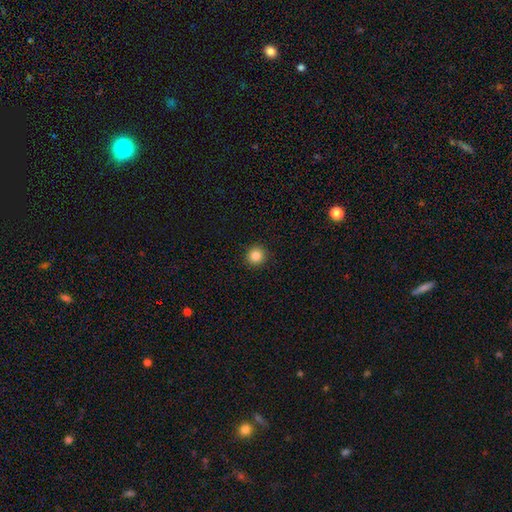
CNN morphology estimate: smooth_or_featured: smooth (p=0.85) [alt: star or artifact p=0.11]
how_rounded: round (p=0.93) [alt: in between p=0.06]
merging: none (p=0.93) [alt: minor disturbance p=0.05]